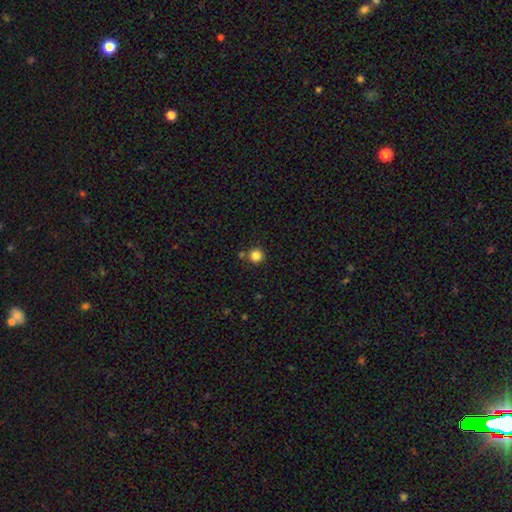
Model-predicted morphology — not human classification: smooth-or-featured: smooth: 84% | star or artifact: 12% | featured or disk: 4%
  how-rounded: round: 95% | in between: 4% | cigar-shaped: 1%
  merging: none: 82% | merger: 8% | minor disturbance: 7% | major disturbance: 2%